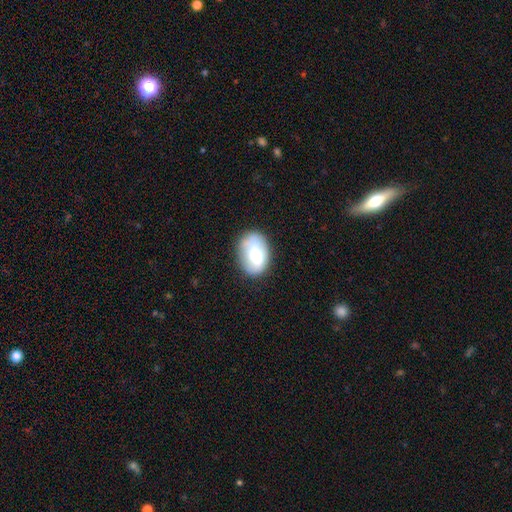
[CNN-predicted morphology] Overall: smooth (69%). How rounded: in between (82%). Merging: none (71%).